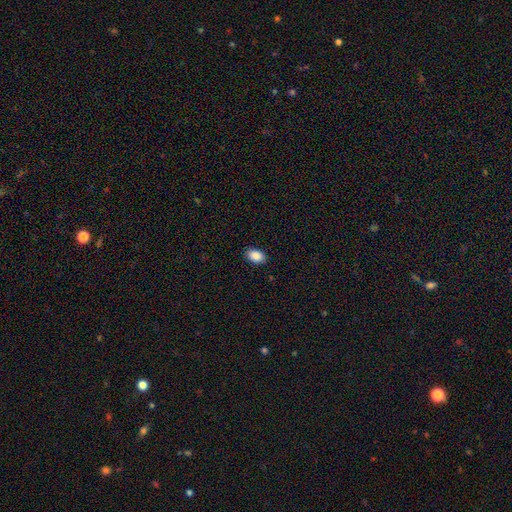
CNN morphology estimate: Smooth or featured? smooth (89%)
How rounded? in between (88%)
Merging? none (89%)